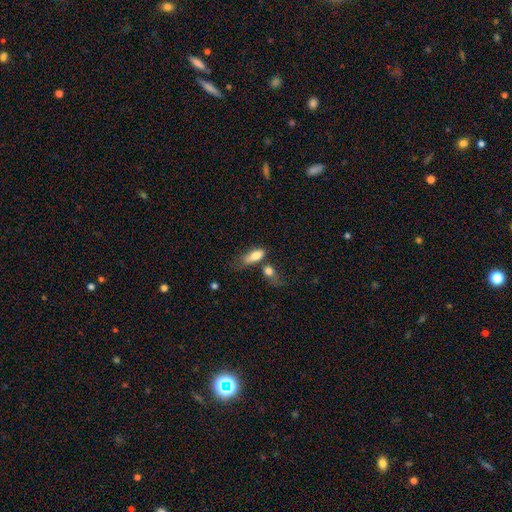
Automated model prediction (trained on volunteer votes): smooth_or_featured: smooth (p=0.79) [alt: featured or disk p=0.14]
how_rounded: in between (p=0.80) [alt: cigar-shaped p=0.15]
merging: merger (p=0.29) [alt: none p=0.28]